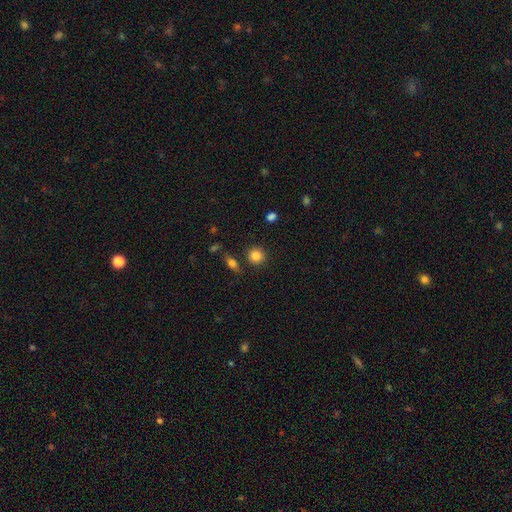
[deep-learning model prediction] Smooth or featured?
  - smooth: 84% *
  - star or artifact: 10%
  - featured or disk: 6%
How rounded?
  - round: 89% *
  - in between: 10%
  - cigar-shaped: 1%
Merging?
  - none: 85% *
  - minor disturbance: 8%
  - merger: 4%
  - major disturbance: 3%